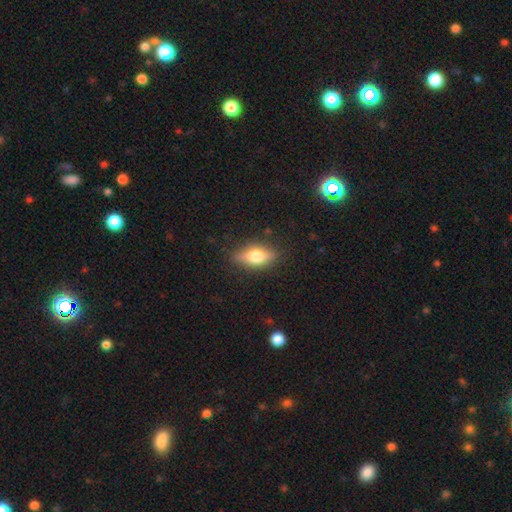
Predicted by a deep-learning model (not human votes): This is likely a smooth galaxy (62%). How rounded: likely in between (75%). Merging: clearly none (82%).